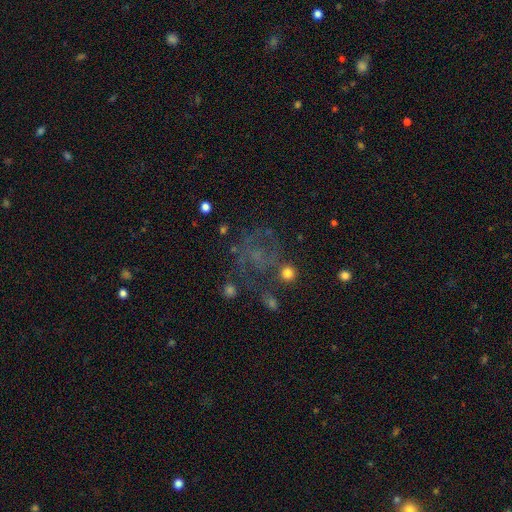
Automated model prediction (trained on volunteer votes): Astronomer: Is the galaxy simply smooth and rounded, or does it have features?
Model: featured or disk — 52%.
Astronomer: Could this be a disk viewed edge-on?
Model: no — 98%.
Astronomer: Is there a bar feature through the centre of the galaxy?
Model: no — 81%.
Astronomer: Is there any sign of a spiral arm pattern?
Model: no — 51% (runner-up: yes, 49%).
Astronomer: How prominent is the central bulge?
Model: none — 55%.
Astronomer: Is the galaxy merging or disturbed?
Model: none — 41% (runner-up: major disturbance, 33%).